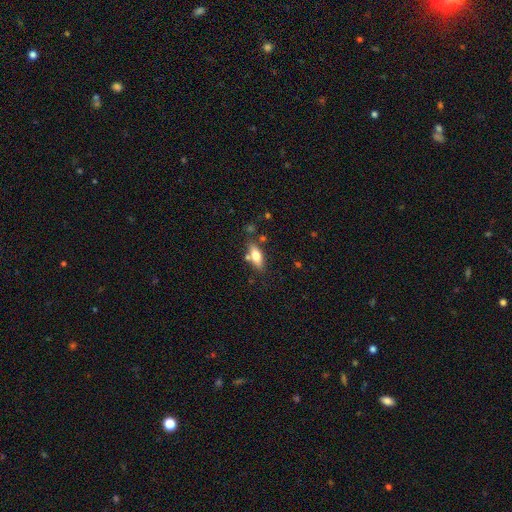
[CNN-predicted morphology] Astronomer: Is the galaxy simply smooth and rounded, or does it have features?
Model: smooth — 70%.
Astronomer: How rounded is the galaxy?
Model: in between — 75%.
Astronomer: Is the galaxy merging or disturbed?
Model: none — 73%.